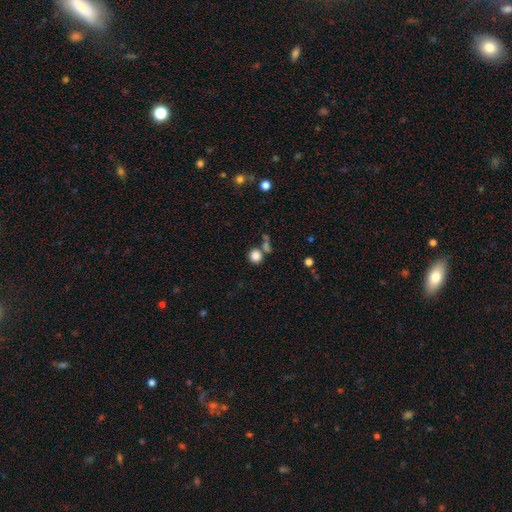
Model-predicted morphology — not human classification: smooth-or-featured: smooth: 84% | star or artifact: 11% | featured or disk: 5%
  how-rounded: round: 90% | in between: 9% | cigar-shaped: 1%
  merging: none: 65% | merger: 19% | minor disturbance: 10% | major disturbance: 5%